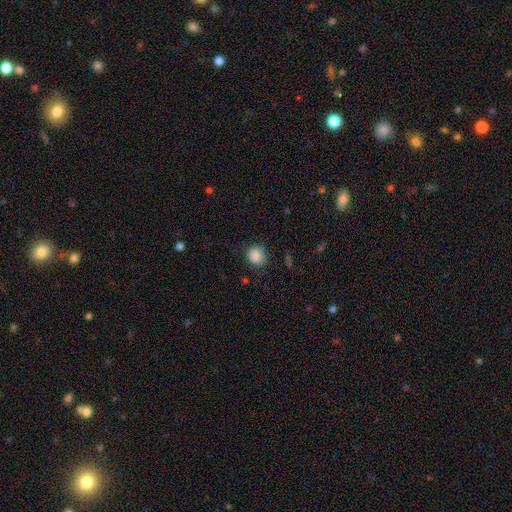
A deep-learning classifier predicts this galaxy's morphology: This is clearly a smooth galaxy (86%). How rounded: likely round (78%). Merging: likely none (72%).